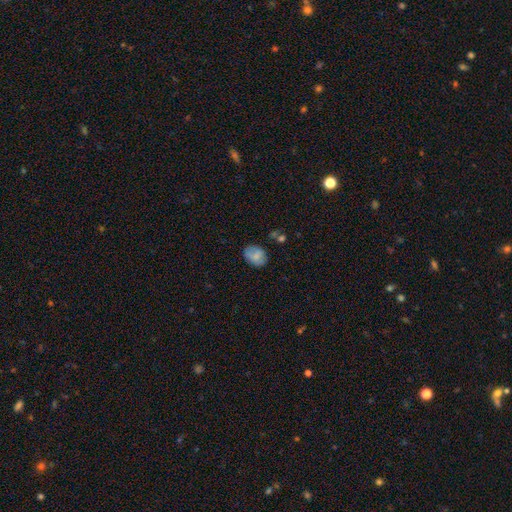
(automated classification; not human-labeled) A smooth galaxy with no disk features (74%) that is in between round and cigar-shaped (66%). Merging: none (70%).